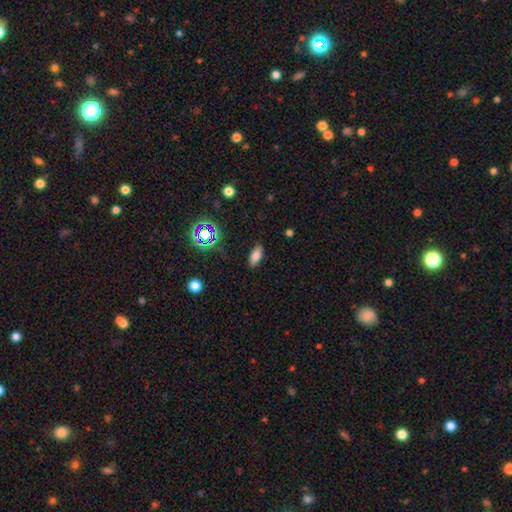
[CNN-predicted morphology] type=smooth (74%); roundness=in between (80%); merging=none (85%).